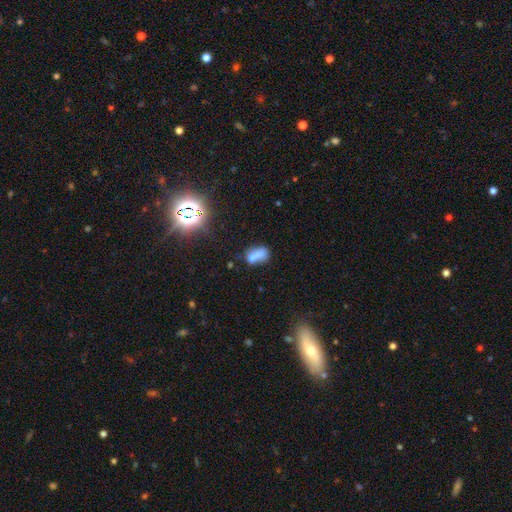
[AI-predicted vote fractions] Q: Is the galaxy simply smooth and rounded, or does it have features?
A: smooth — 67%.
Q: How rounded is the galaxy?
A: in between — 77%.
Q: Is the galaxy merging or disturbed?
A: merger — 37%.